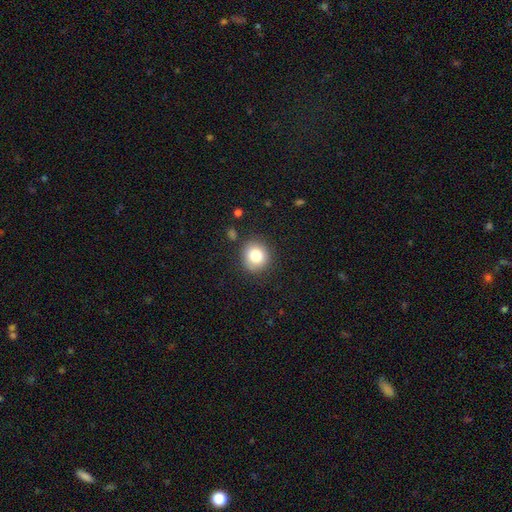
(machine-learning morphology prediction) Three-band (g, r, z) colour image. It shows a smooth galaxy with no disk features (81%) that is round (89%). Merging: none (86%).